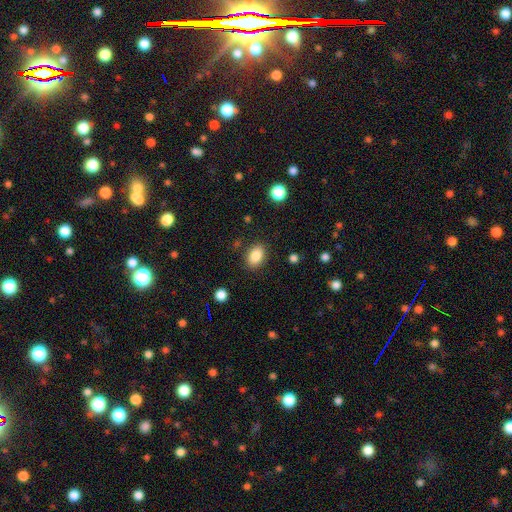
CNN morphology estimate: smooth_or_featured: smooth (p=0.86) [alt: star or artifact p=0.09]
how_rounded: in between (p=0.80) [alt: round p=0.18]
merging: none (p=0.85) [alt: minor disturbance p=0.10]